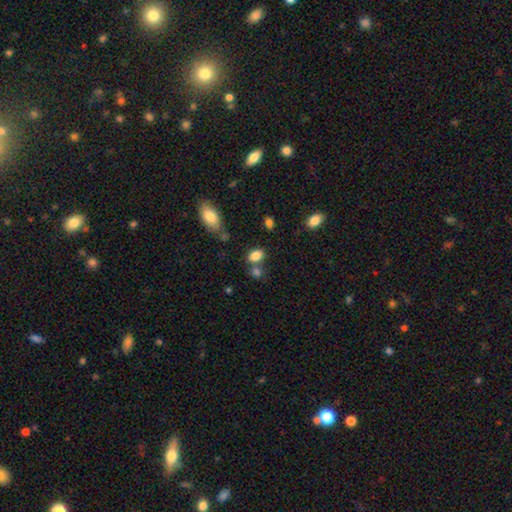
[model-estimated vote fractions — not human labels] The model was most divided on "merging": none: 60%, merger: 22%, minor disturbance: 13%, major disturbance: 5%. More confident: smooth or featured — smooth (83%); how rounded — in between (83%).